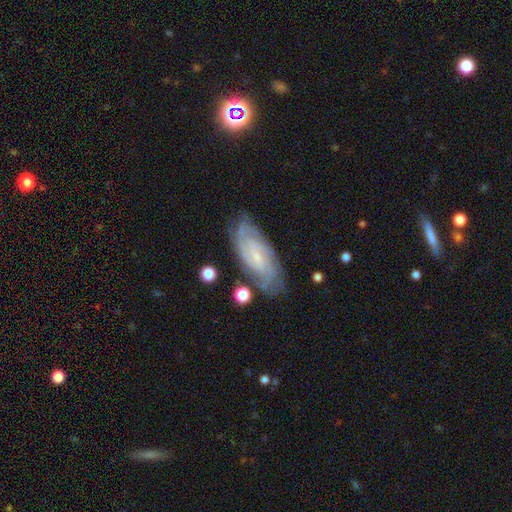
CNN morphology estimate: smooth-or-featured: featured or disk: 81% | smooth: 12% | star or artifact: 7%
  disk-edge-on: no: 93% | yes: 7%
    bar: no: 52% | weak: 38% | strong: 10%
    has-spiral-arms: yes: 96% | no: 4%
      spiral-winding: tight: 67% | medium: 27% | loose: 6%
      spiral-arm-count: 2: 32% | can't tell: 30% | 3: 17% | 4: 11% | more than 4: 5% | 1: 4%
    bulge-size: small: 77% | moderate: 14% | none: 7% | large: 1% | dominant: 1%
  merging: none: 77% | minor disturbance: 16% | major disturbance: 4% | merger: 3%